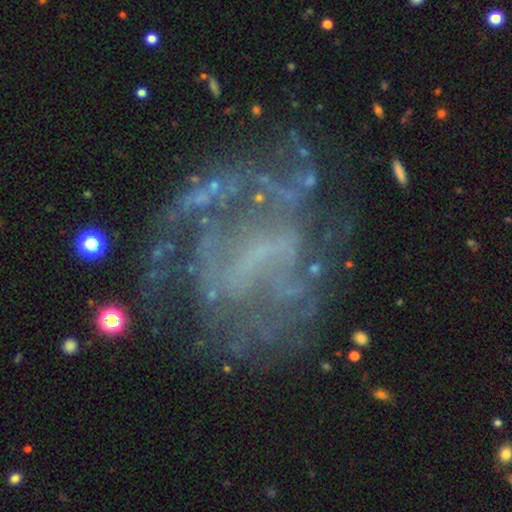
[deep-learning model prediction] Smooth or featured: featured or disk — 73% (star or artifact — 16%)
Edge-on disk: no — 97% (yes — 3%)
Bar: no — 46% (weak — 34%)
Spiral arms: yes — 62% (no — 38%)
Bulge size: none — 72% (small — 16%)
Merging: none — 51% (major disturbance — 28%)